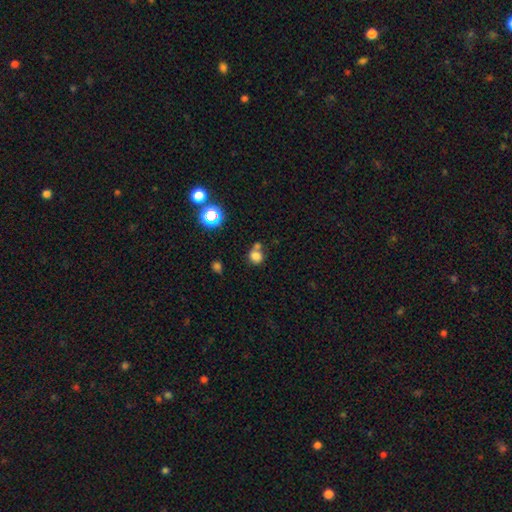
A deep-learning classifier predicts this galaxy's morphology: smooth 76%, star or artifact 16%, featured or disk 8%. Down the decision tree: how rounded — round (76%); merging — none (47%).